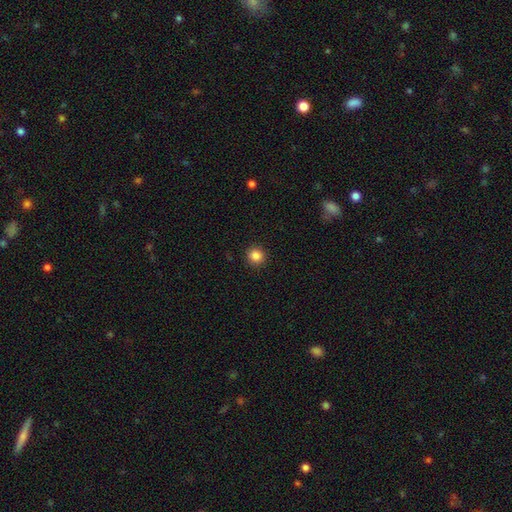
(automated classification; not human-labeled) Morphology: type=smooth (85%); roundness=round (93%); merging=none (92%).